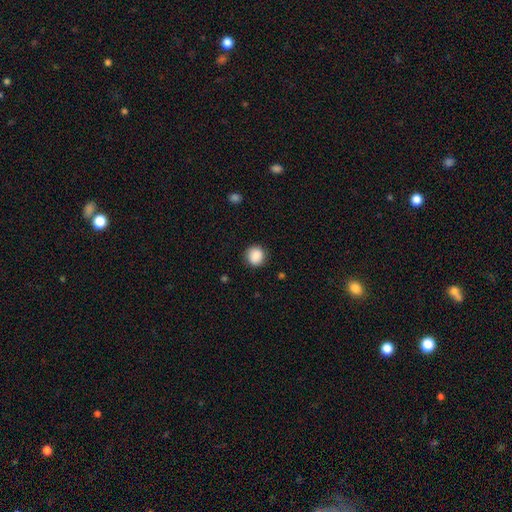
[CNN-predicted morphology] Smooth or featured: smooth — 88% (star or artifact — 8%)
How rounded: round — 90% (in between — 9%)
Merging: none — 88% (minor disturbance — 8%)